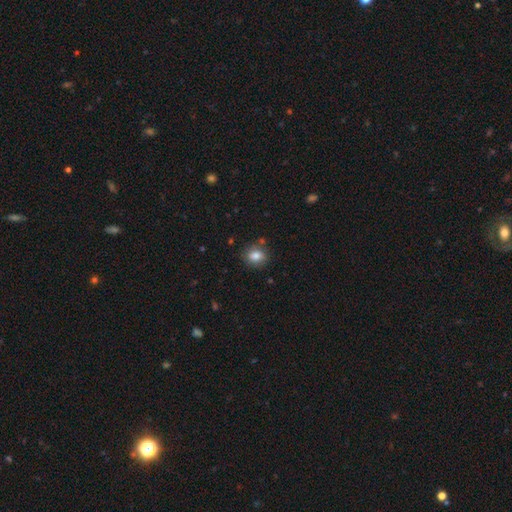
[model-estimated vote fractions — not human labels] This is clearly a smooth galaxy (82%). How rounded: likely round (65%). Merging: clearly none (81%).